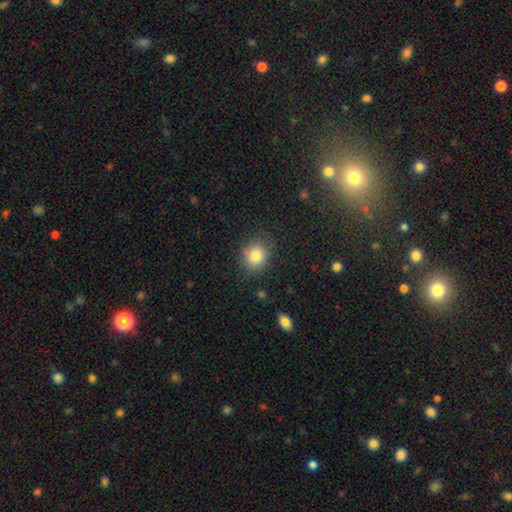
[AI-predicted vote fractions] smooth_or_featured: smooth (p=0.82) [alt: star or artifact p=0.11]
how_rounded: round (p=0.70) [alt: in between p=0.29]
merging: none (p=0.82) [alt: minor disturbance p=0.13]